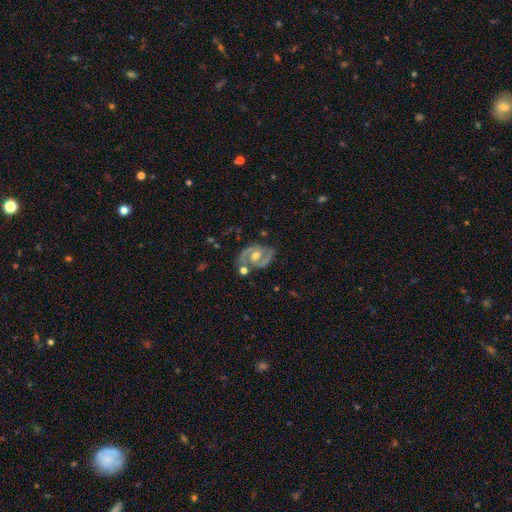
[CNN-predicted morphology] The model was most divided on "bar": no: 45%, weak: 39%, strong: 16%. More confident: edge-on disk — no (97%); spiral arm count — 2 (89%); spiral arms — yes (89%); smooth or featured — featured or disk (85%); bulge size — moderate (75%); merging — none (73%); spiral winding — medium (52%).